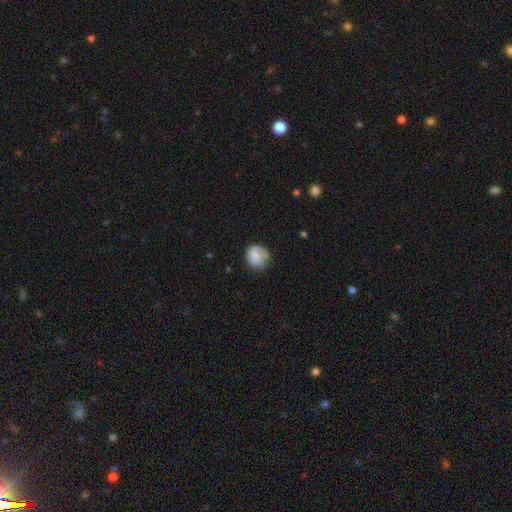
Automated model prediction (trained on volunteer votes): This appears to be a smooth galaxy with no disk features (48%). Merging: none (63%).